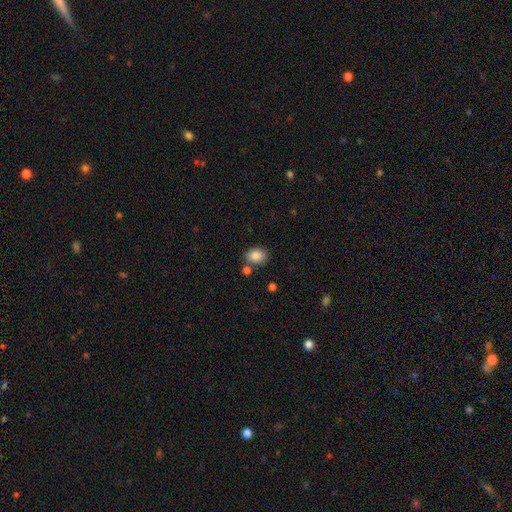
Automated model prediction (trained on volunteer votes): Smooth or featured?
  - smooth: 86% *
  - star or artifact: 9%
  - featured or disk: 6%
How rounded?
  - in between: 59% *
  - round: 40%
  - cigar-shaped: 1%
Merging?
  - none: 71% *
  - minor disturbance: 14%
  - merger: 12%
  - major disturbance: 4%